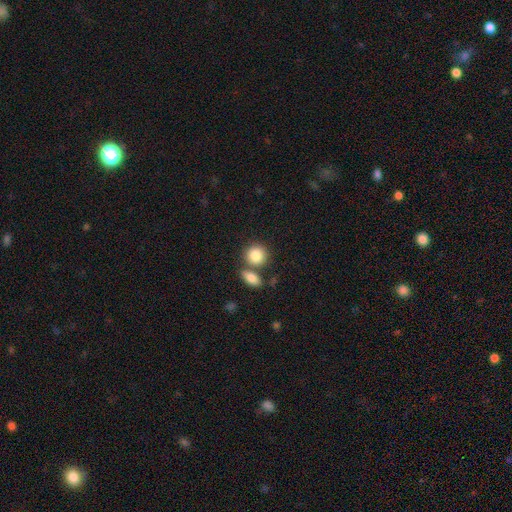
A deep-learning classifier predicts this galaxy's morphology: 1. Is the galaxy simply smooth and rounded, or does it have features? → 85% smooth, 7% star or artifact, 7% featured or disk.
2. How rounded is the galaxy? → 76% round, 22% in between, 2% cigar-shaped.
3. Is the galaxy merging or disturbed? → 56% none, 30% merger, 10% minor disturbance, 3% major disturbance.